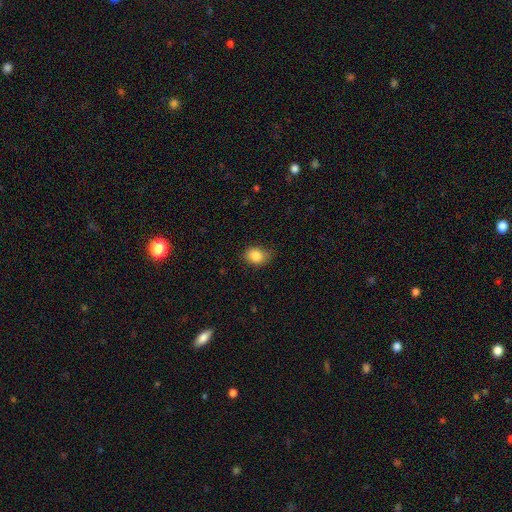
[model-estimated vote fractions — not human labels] A smooth galaxy with no disk features (85%) that is in between round and cigar-shaped (56%). Merging: none (71%).